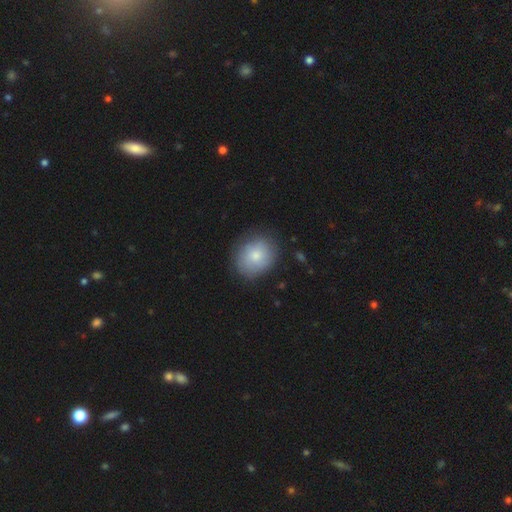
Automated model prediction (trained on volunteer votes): A smooth galaxy with no disk features (73%) that is round (64%).

Vote fractions:
- Smooth or featured? smooth: 73% / featured or disk: 20% / star or artifact: 7%
- How rounded? round: 64% / in between: 35% / cigar-shaped: 1%
- Merging? none: 78% / minor disturbance: 16% / major disturbance: 4% / merger: 1%